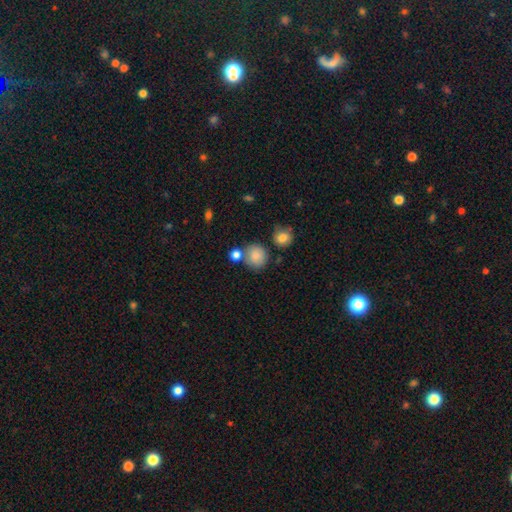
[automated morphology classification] Overall: smooth (84%). How rounded: round (85%). Merging: none (65%).